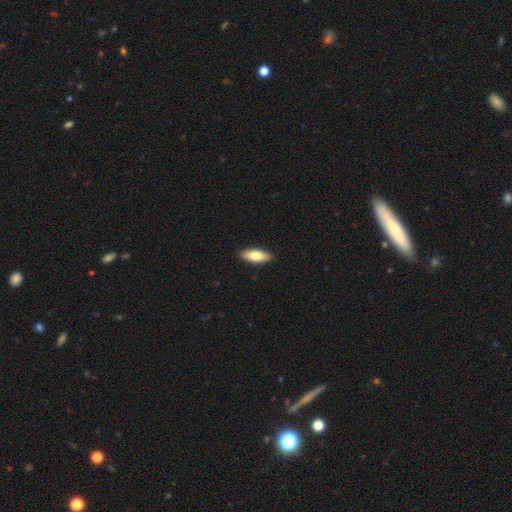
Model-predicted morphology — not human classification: This is likely a smooth galaxy (73%). How rounded: likely in between (72%). Merging: clearly none (90%).